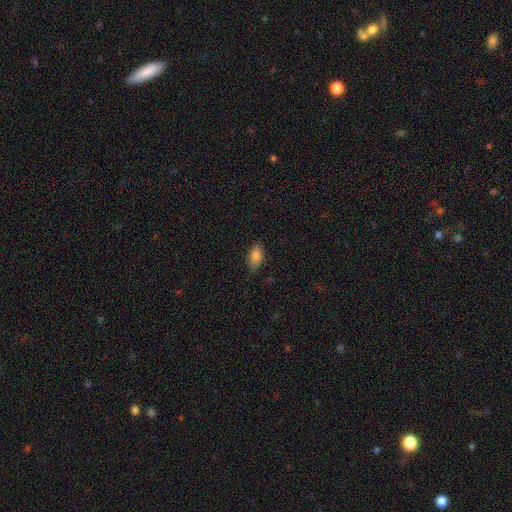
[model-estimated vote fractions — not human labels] Morphology: type=smooth (84%); roundness=in between (89%); merging=none (80%).